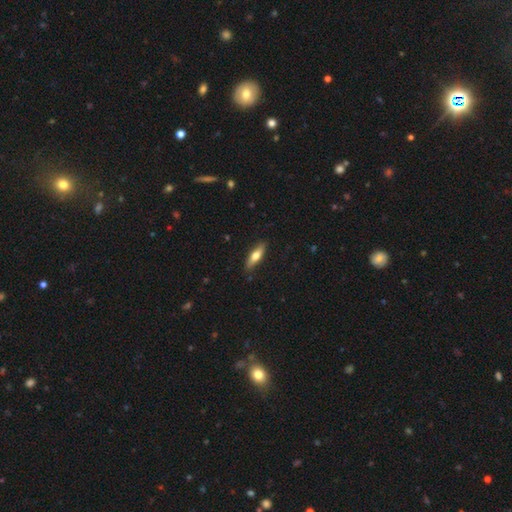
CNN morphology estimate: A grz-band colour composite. It shows a smooth galaxy with no disk features (62%) that is cigar-shaped (58%). Merging: none (87%).